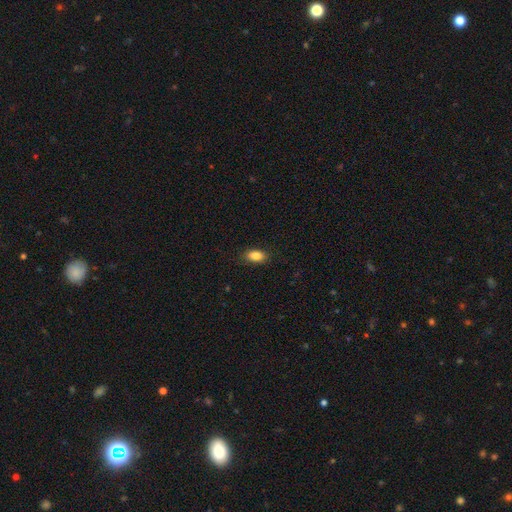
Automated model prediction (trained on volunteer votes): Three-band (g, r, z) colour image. It shows a smooth galaxy with no disk features (86%) that is in between round and cigar-shaped (89%). Merging: none (87%).